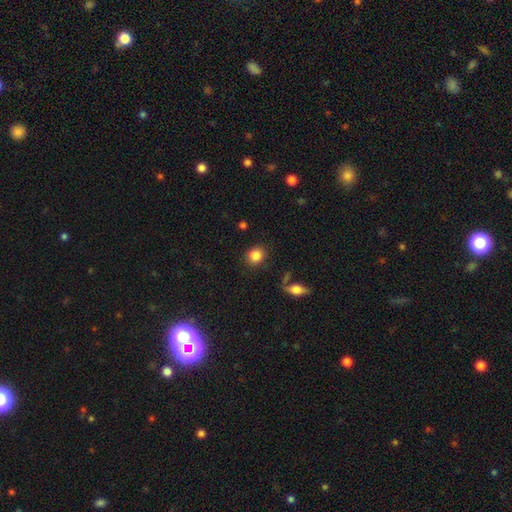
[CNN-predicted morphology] The model was most divided on "how rounded": round: 81%, in between: 17%, cigar-shaped: 1%. More confident: merging — none (86%); smooth or featured — smooth (86%).